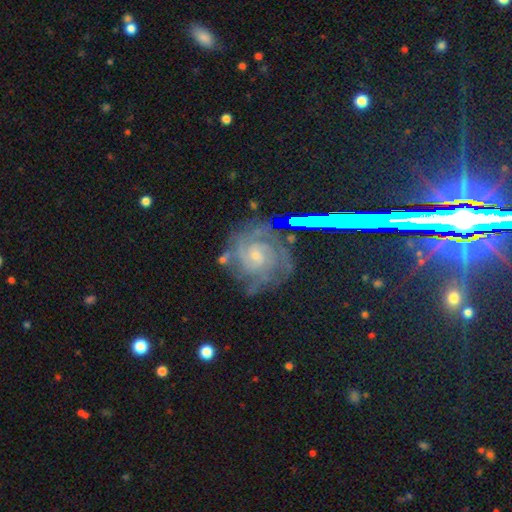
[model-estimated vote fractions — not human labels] Smooth or featured?
  - featured or disk: 81% *
  - star or artifact: 10%
  - smooth: 9%
Edge-on disk?
  - no: 97% *
  - yes: 3%
Bar?
  - no: 60% *
  - weak: 32%
  - strong: 7%
Spiral arms?
  - yes: 96% *
  - no: 4%
Spiral winding?
  - tight: 68% *
  - medium: 27%
  - loose: 5%
Spiral arm count?
  - can't tell: 29% *
  - 2: 25%
  - 3: 21%
  - 4: 12%
  - more than 4: 6%
  - 1: 6%
Bulge size?
  - small: 64% *
  - moderate: 28%
  - none: 5%
  - large: 2%
  - dominant: 1%
Merging?
  - none: 68% *
  - minor disturbance: 19%
  - major disturbance: 9%
  - merger: 4%